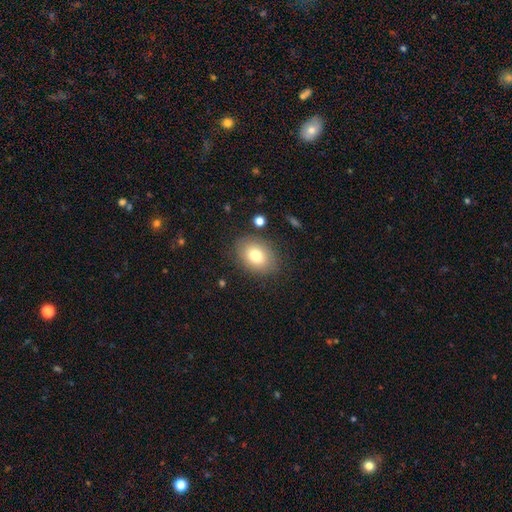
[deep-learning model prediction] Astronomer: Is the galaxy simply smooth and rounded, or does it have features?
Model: smooth — 78%.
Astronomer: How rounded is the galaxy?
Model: in between — 71%.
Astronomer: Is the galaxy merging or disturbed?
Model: none — 83%.